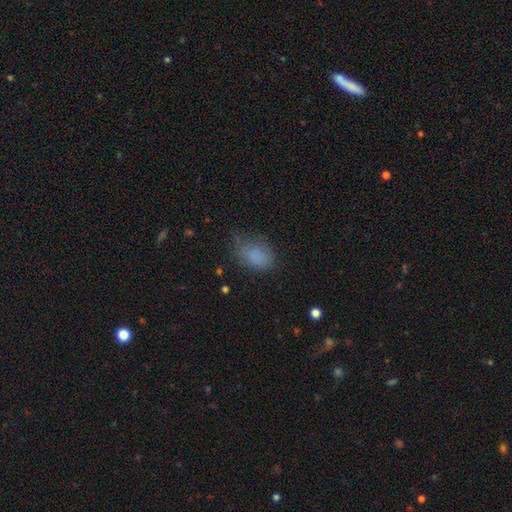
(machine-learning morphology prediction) Smooth or featured: smooth — 82% (star or artifact — 11%)
How rounded: in between — 83% (round — 16%)
Merging: none — 54% (minor disturbance — 31%)